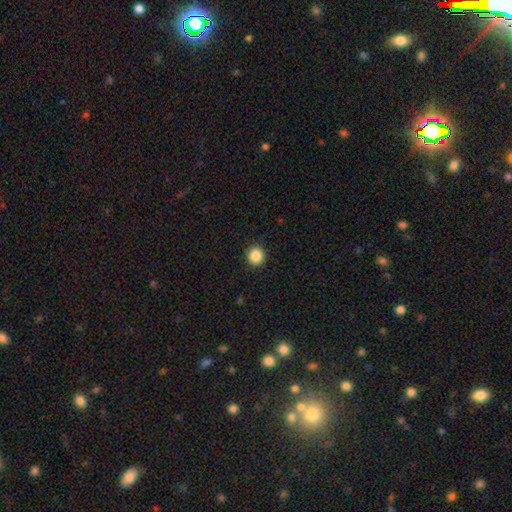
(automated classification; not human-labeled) smooth_or_featured: smooth (p=0.87) [alt: star or artifact p=0.09]
how_rounded: round (p=0.92) [alt: in between p=0.07]
merging: none (p=0.92) [alt: minor disturbance p=0.05]